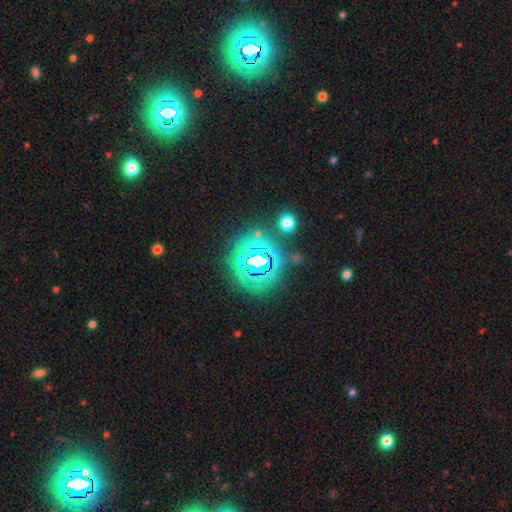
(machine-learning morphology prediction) This is clearly a star or artifact rather than a galaxy (80%).